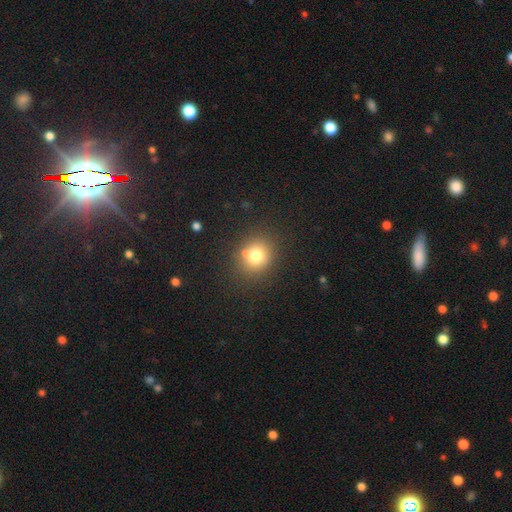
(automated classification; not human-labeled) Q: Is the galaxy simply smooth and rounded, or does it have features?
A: smooth — 74%.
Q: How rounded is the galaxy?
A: round — 79%.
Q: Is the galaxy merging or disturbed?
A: none — 72%.